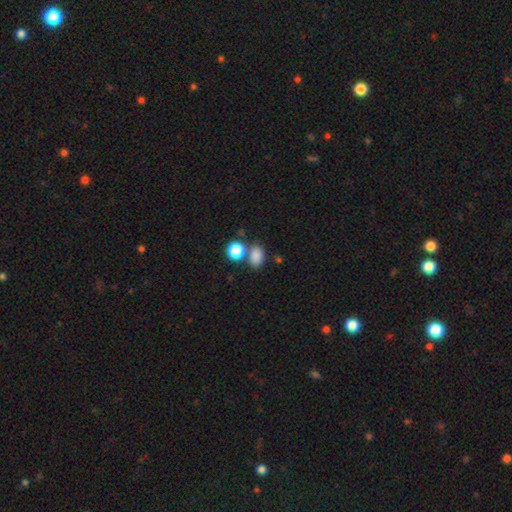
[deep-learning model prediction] A smooth galaxy with no disk features (84%) that is in between round and cigar-shaped (71%).

Vote fractions:
- Smooth or featured? smooth: 84% / star or artifact: 11% / featured or disk: 5%
- How rounded? in between: 71% / round: 28% / cigar-shaped: 1%
- Merging? none: 62% / merger: 22% / minor disturbance: 12% / major disturbance: 4%